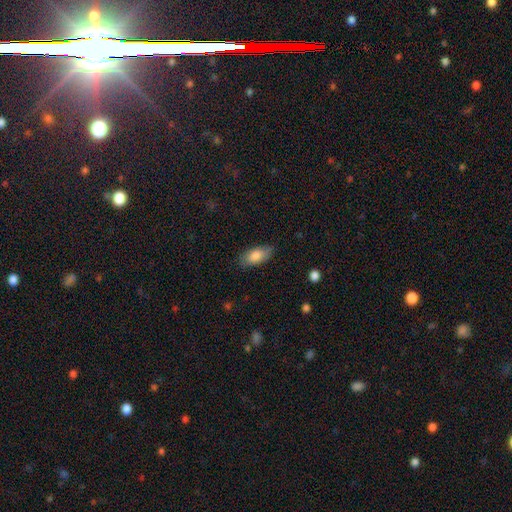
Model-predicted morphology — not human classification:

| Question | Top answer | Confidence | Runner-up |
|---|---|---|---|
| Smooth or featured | smooth | 84% | featured or disk (10%) |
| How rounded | in between | 89% | cigar-shaped (9%) |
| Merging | none | 81% | minor disturbance (15%) |